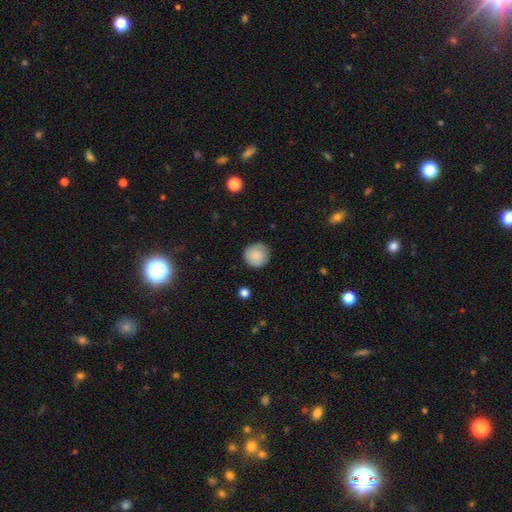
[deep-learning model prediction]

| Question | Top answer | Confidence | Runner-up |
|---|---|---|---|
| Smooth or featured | smooth | 83% | featured or disk (10%) |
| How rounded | round | 93% | in between (6%) |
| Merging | none | 83% | minor disturbance (13%) |